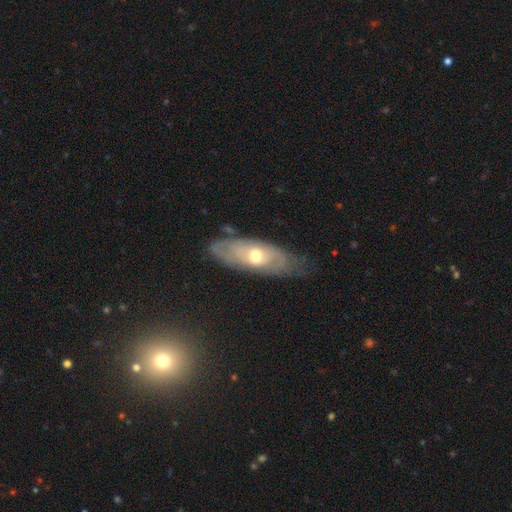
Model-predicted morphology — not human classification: Smooth or featured? featured or disk (63%)
Edge-on disk? no (80%)
Bar? no (69%)
Spiral arms? yes (59%)
Bulge size? moderate (70%)
Merging? none (65%)